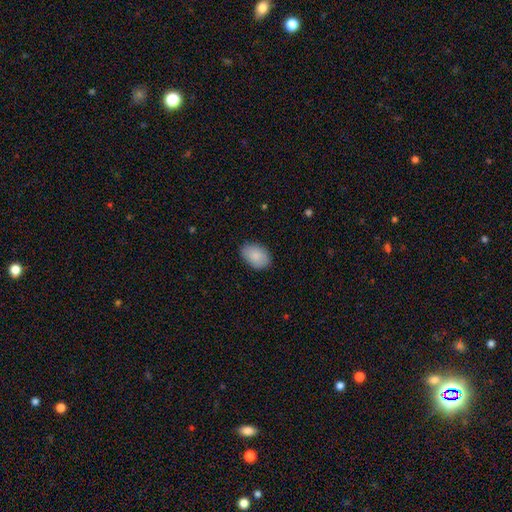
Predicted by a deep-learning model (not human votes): smooth-or-featured: smooth: 88% | star or artifact: 6% | featured or disk: 6%
  how-rounded: in between: 86% | round: 13% | cigar-shaped: 1%
  merging: none: 83% | minor disturbance: 14% | major disturbance: 3% | merger: 1%